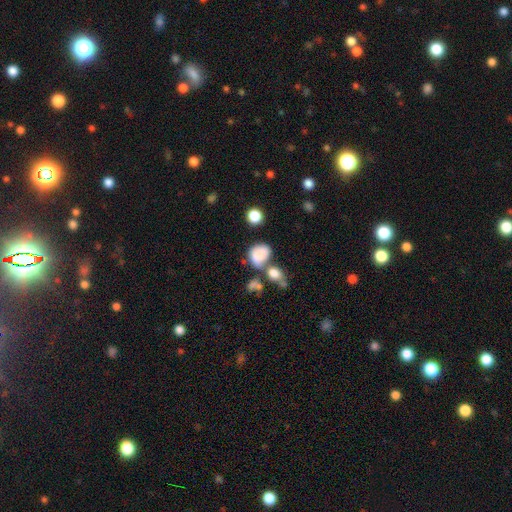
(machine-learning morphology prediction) A smooth galaxy with no disk features (71%) that is round (50%).

Vote fractions:
- Smooth or featured? smooth: 71% / featured or disk: 19% / star or artifact: 10%
- How rounded? round: 50% / in between: 48% / cigar-shaped: 1%
- Merging? merger: 37% / none: 33% / minor disturbance: 18% / major disturbance: 13%